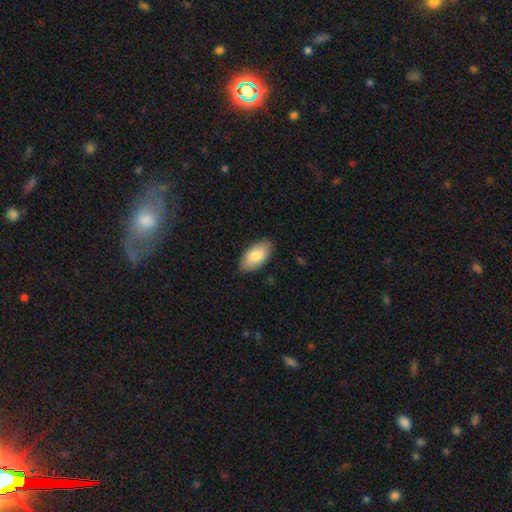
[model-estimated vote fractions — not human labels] smooth 82%, featured or disk 12%, star or artifact 5%. Down the decision tree: how rounded — in between (95%); merging — none (86%).